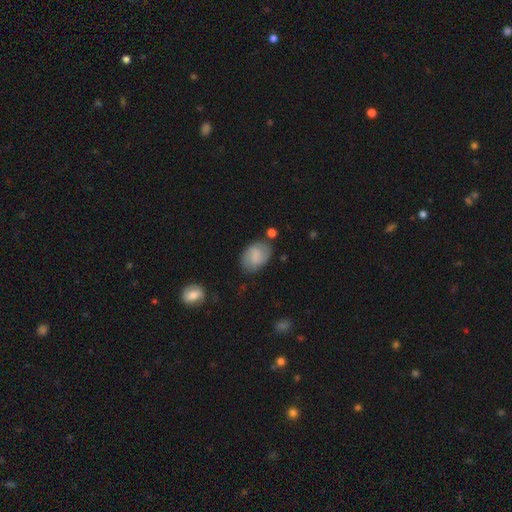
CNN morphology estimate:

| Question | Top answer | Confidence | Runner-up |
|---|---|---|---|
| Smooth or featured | smooth | 68% | featured or disk (24%) |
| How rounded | in between | 83% | round (15%) |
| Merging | none | 72% | minor disturbance (19%) |